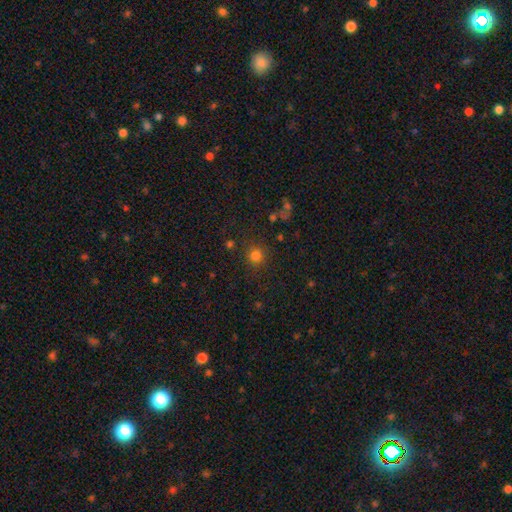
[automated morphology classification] A smooth galaxy with no disk features (78%) that is round (91%).

Vote fractions:
- Smooth or featured? smooth: 78% / star or artifact: 16% / featured or disk: 5%
- How rounded? round: 91% / in between: 8% / cigar-shaped: 1%
- Merging? none: 84% / minor disturbance: 9% / major disturbance: 4% / merger: 4%